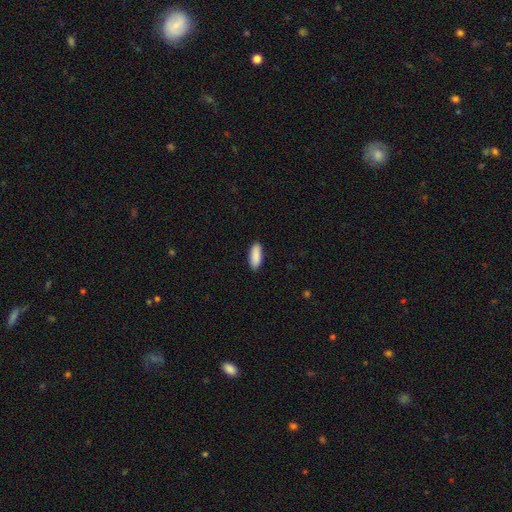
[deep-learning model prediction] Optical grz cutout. It shows a smooth galaxy with no disk features (91%) that is in between round and cigar-shaped (73%). Merging: none (90%).